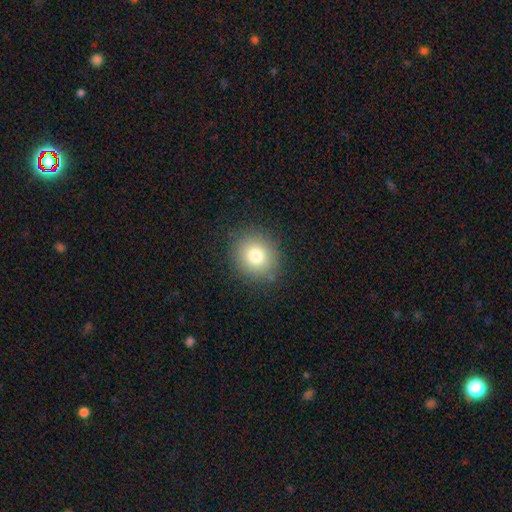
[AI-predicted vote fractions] smooth 78%, star or artifact 12%, featured or disk 10%. Down the decision tree: how rounded — round (79%); merging — none (87%).